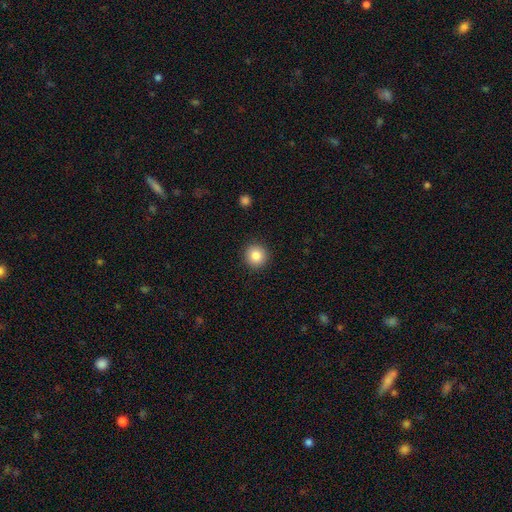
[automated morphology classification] smooth 84%, star or artifact 9%, featured or disk 6%. Down the decision tree: how rounded — round (94%); merging — none (92%).